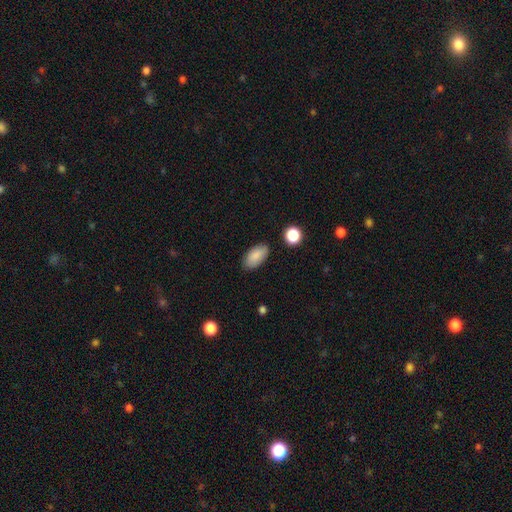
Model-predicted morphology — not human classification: This is clearly a smooth galaxy (87%). How rounded: clearly in between (93%). Merging: clearly none (85%).